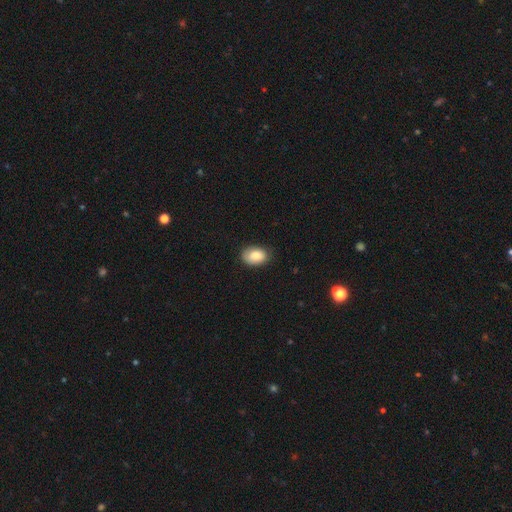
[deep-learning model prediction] smooth_or_featured: smooth (p=0.84) [alt: featured or disk p=0.09]
how_rounded: in between (p=0.85) [alt: round p=0.14]
merging: none (p=0.78) [alt: minor disturbance p=0.17]